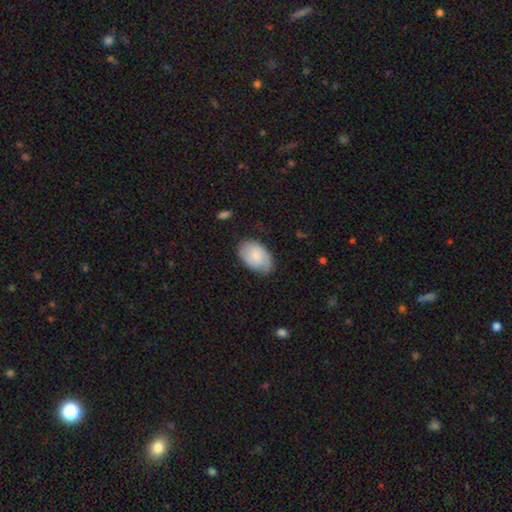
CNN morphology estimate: The model was most divided on "smooth or featured": smooth: 72%, featured or disk: 21%, star or artifact: 6%. More confident: how rounded — in between (91%); merging — none (76%).